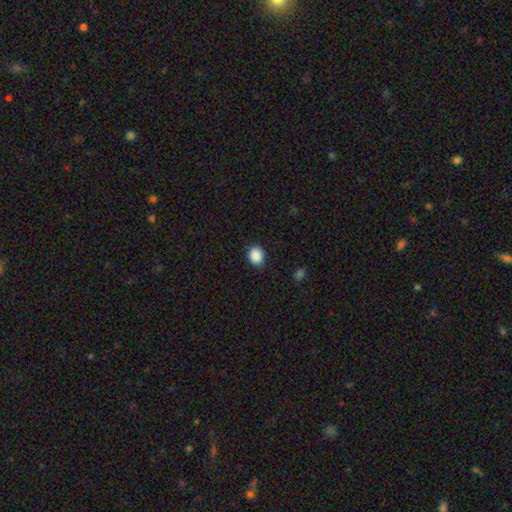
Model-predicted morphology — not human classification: This appears to be a smooth galaxy with no disk features (89%) that is round (58%). Merging: none (85%).